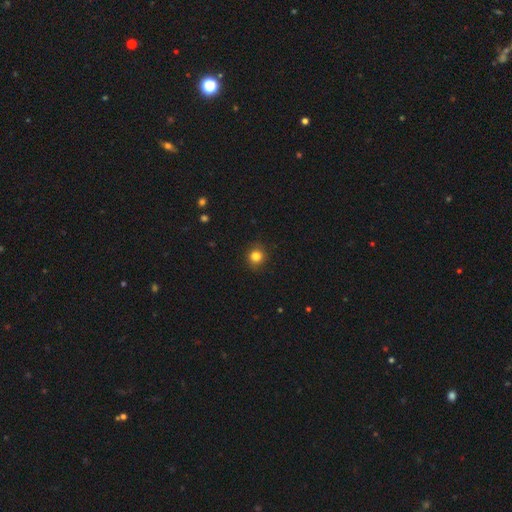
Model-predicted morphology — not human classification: A smooth galaxy with no disk features (83%) that is round (91%). Merging: none (91%).